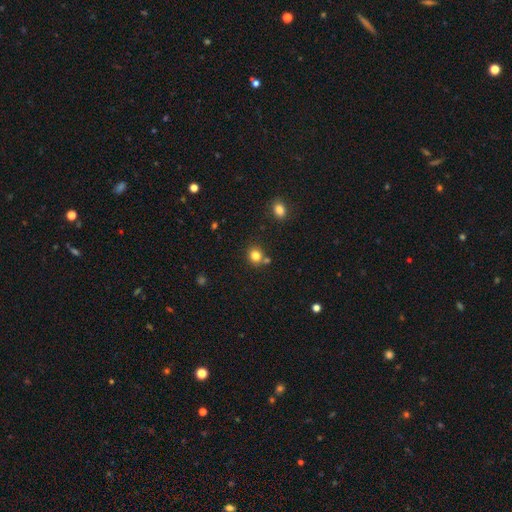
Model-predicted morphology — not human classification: This appears to be a smooth galaxy with no disk features (82%) that is round (84%). Merging: none (75%).